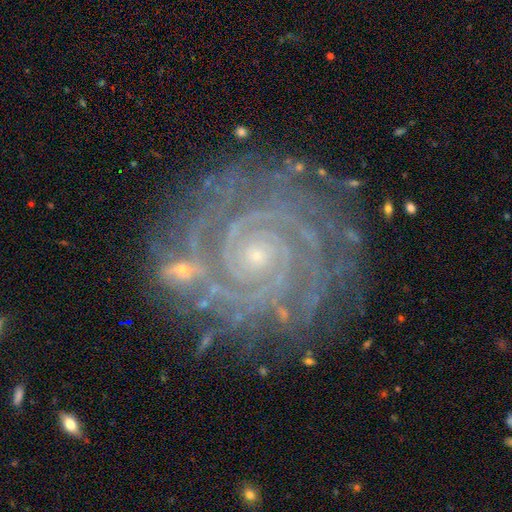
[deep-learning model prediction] Morphology: type=featured or disk (89%); edge-on=no (98%); bar=no (75%); spiral arms=yes (98%); winding=tight (88%); arm count=2 (26%); bulge=small (83%); merging=none (82%).